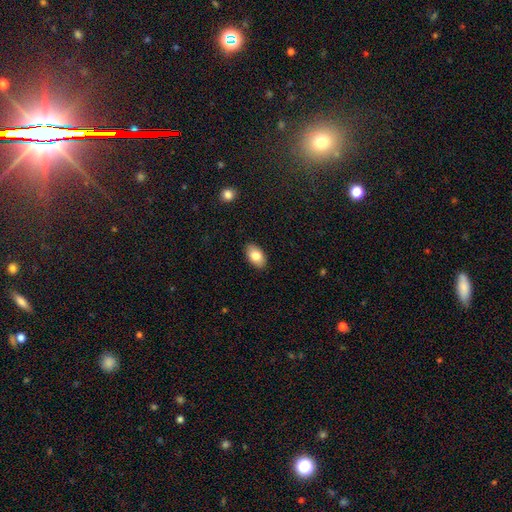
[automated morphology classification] A smooth galaxy with no disk features (82%) that is in between round and cigar-shaped (93%). Merging: none (88%).